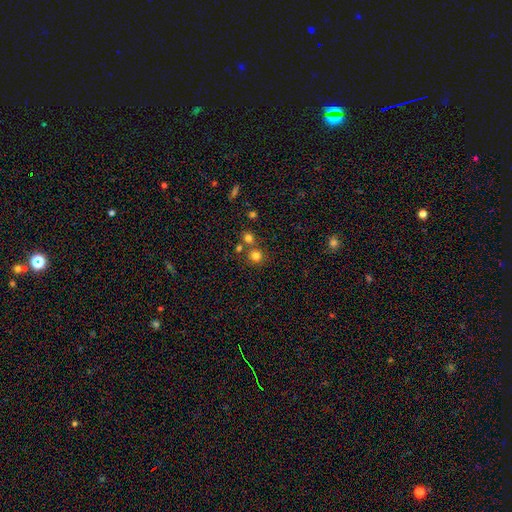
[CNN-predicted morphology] smooth_or_featured: smooth (p=0.77) [alt: star or artifact p=0.16]
how_rounded: round (p=0.89) [alt: in between p=0.10]
merging: none (p=0.67) [alt: merger p=0.23]